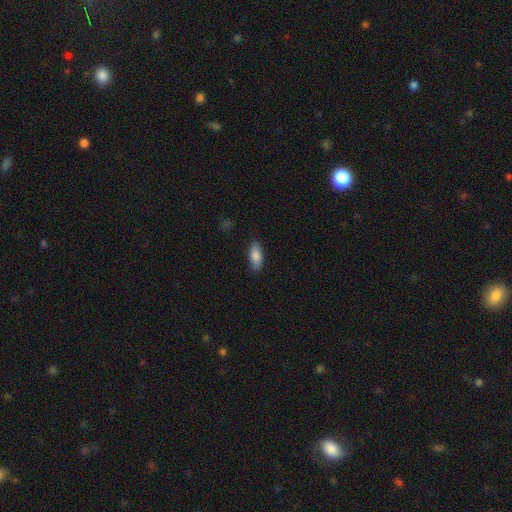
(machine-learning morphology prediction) smooth_or_featured: smooth (p=0.85) [alt: featured or disk p=0.08]
how_rounded: in between (p=0.84) [alt: cigar-shaped p=0.14]
merging: none (p=0.86) [alt: minor disturbance p=0.10]